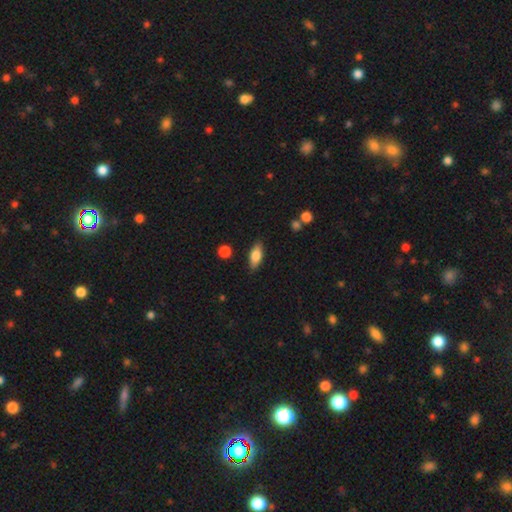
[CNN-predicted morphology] Smooth or featured? smooth (76%)
How rounded? in between (78%)
Merging? none (84%)